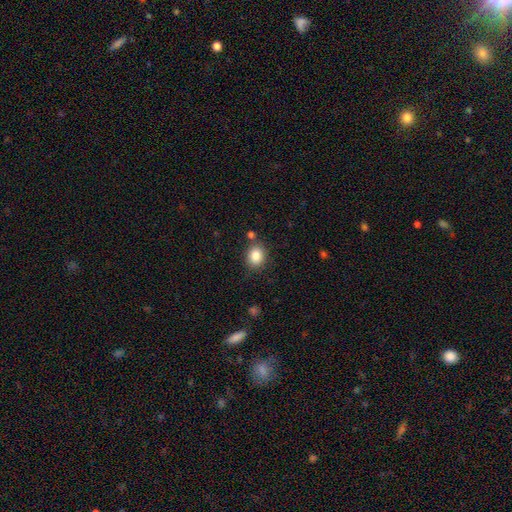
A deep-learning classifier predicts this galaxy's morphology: smooth 85%, star or artifact 10%, featured or disk 6%. Down the decision tree: how rounded — round (58%); merging — none (79%).